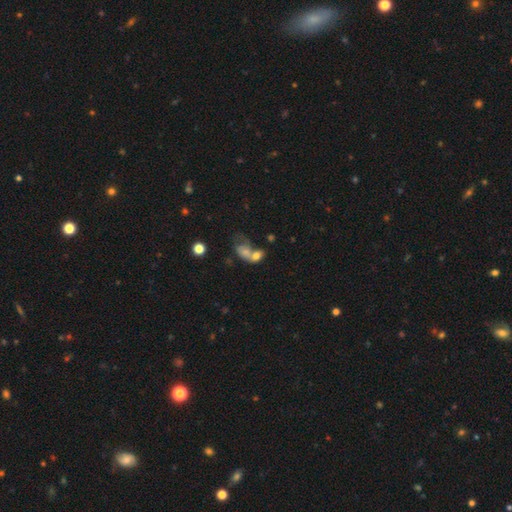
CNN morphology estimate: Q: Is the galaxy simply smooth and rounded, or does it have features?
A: smooth — 64%.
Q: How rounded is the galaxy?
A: in between — 75%.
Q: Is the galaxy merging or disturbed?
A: merger — 65%.